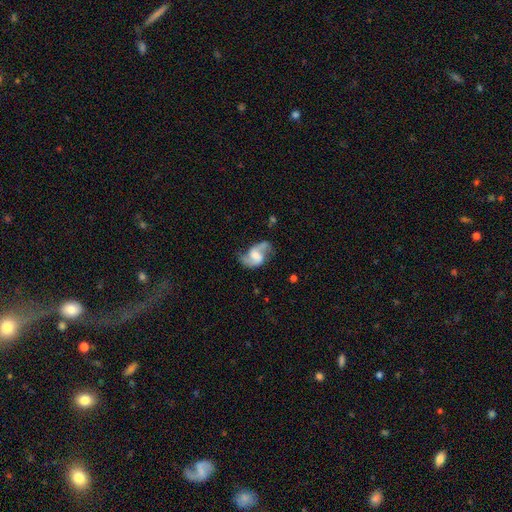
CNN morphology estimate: smooth_or_featured: featured or disk (p=0.79) [alt: smooth p=0.15]
disk_edge_on: no (p=0.97) [alt: yes p=0.03]
bar: weak (p=0.47) [alt: no p=0.36]
has_spiral_arms: yes (p=0.93) [alt: no p=0.07]
spiral_winding: loose (p=0.52) [alt: medium p=0.38]
spiral_arm_count: 2 (p=0.89) [alt: 1 p=0.04]
bulge_size: moderate (p=0.32) [alt: small p=0.24]
merging: none (p=0.59) [alt: minor disturbance p=0.22]